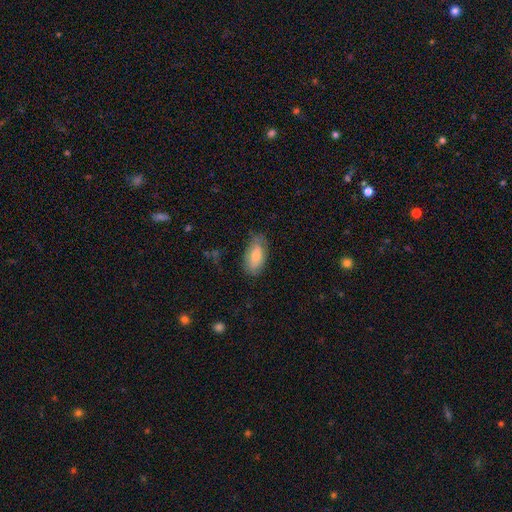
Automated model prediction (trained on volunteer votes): Q: Smooth or featured?
A: smooth (74%); runner-up: featured or disk (20%)
Q: How rounded?
A: in between (87%); runner-up: cigar-shaped (10%)
Q: Merging?
A: none (74%); runner-up: minor disturbance (20%)